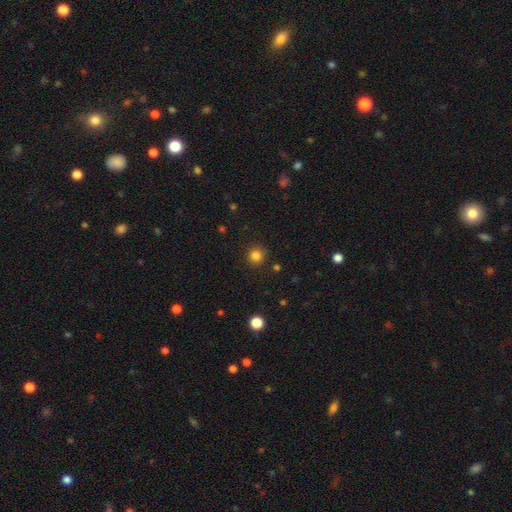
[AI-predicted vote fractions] smooth_or_featured: smooth (p=0.83) [alt: star or artifact p=0.13]
how_rounded: round (p=0.93) [alt: in between p=0.06]
merging: none (p=0.90) [alt: minor disturbance p=0.07]